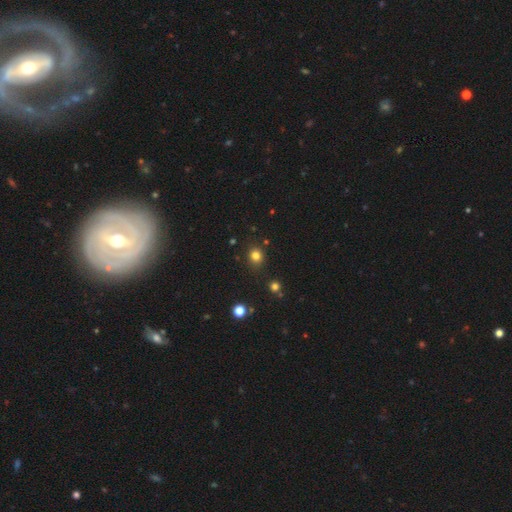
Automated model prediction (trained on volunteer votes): The model was most divided on "how rounded": round: 79%, in between: 20%, cigar-shaped: 1%. More confident: merging — none (86%); smooth or featured — smooth (80%).